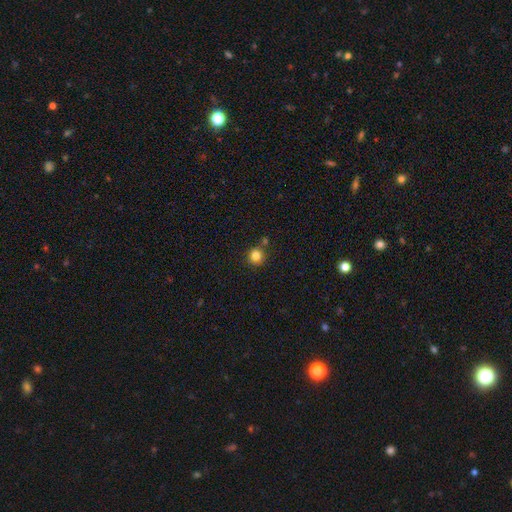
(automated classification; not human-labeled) Smooth or featured? Predicted: smooth (p=0.83). How rounded? Predicted: round (p=0.93). Merging? Predicted: none (p=0.80).